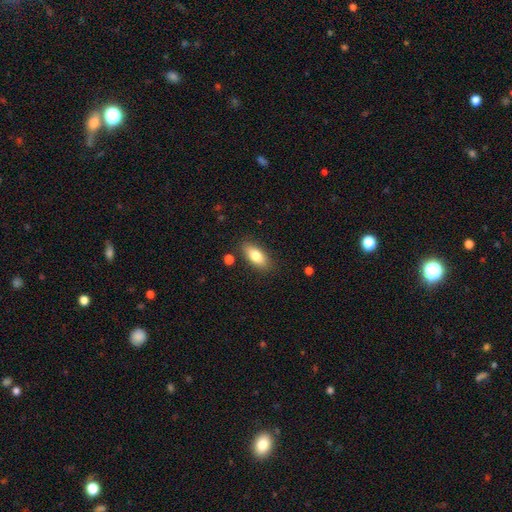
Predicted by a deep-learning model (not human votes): smooth 79%, featured or disk 14%, star or artifact 7%. Down the decision tree: how rounded — in between (83%); merging — none (84%).